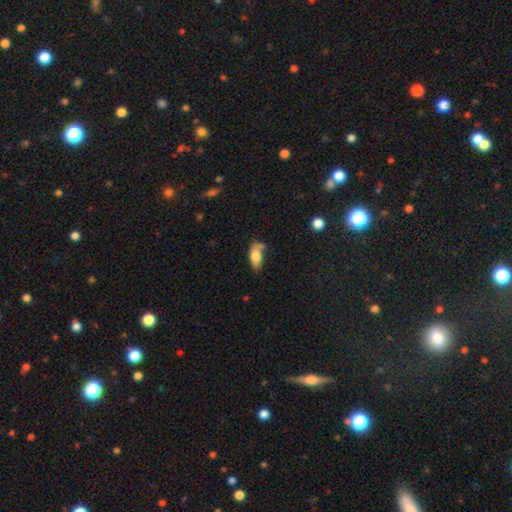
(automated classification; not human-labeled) A smooth galaxy with no disk features (75%) that is in between round and cigar-shaped (86%).

Vote fractions:
- Smooth or featured? smooth: 75% / featured or disk: 17% / star or artifact: 8%
- How rounded? in between: 86% / cigar-shaped: 10% / round: 4%
- Merging? none: 43% / minor disturbance: 26% / merger: 19% / major disturbance: 13%